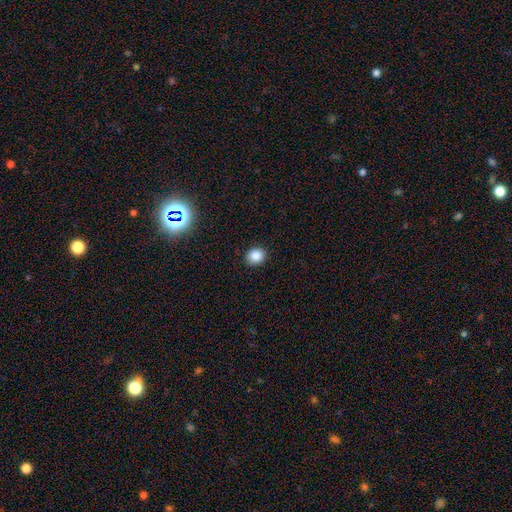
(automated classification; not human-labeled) A smooth galaxy with no disk features (86%) that is round (75%).

Vote fractions:
- Smooth or featured? smooth: 86% / star or artifact: 11% / featured or disk: 4%
- How rounded? round: 75% / in between: 24% / cigar-shaped: 1%
- Merging? none: 91% / minor disturbance: 6% / major disturbance: 2% / merger: 1%